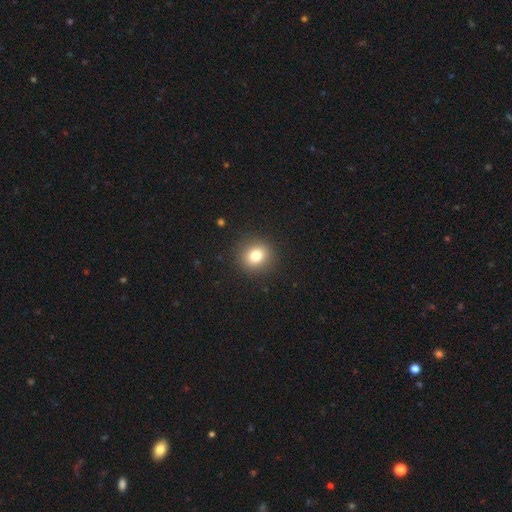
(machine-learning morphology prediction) Q: Smooth or featured?
A: smooth (80%); runner-up: star or artifact (12%)
Q: How rounded?
A: round (81%); runner-up: in between (18%)
Q: Merging?
A: none (90%); runner-up: minor disturbance (6%)